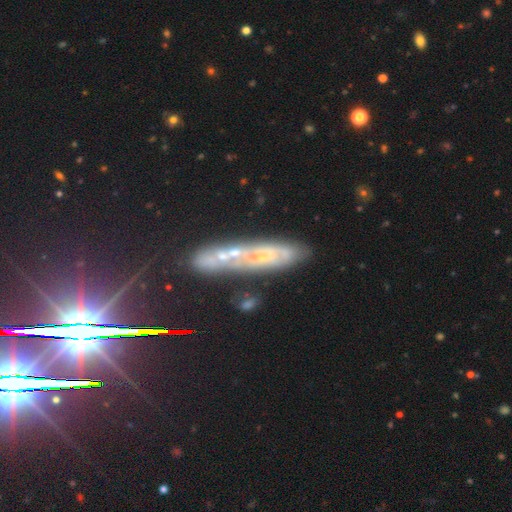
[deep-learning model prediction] A featured or disk galaxy (55%). Merging: none (61%).